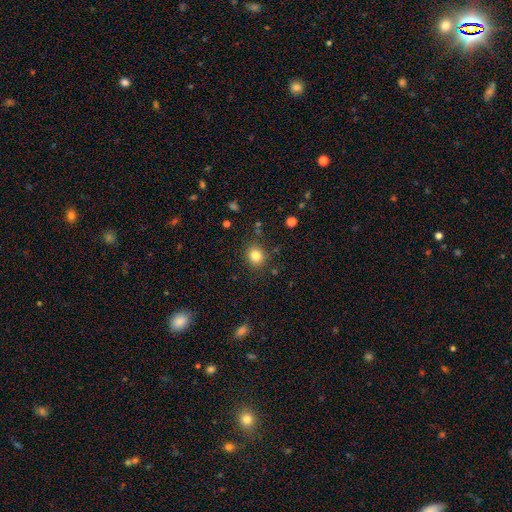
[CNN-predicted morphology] A smooth galaxy with no disk features (82%) that is round (79%). Merging: none (85%).